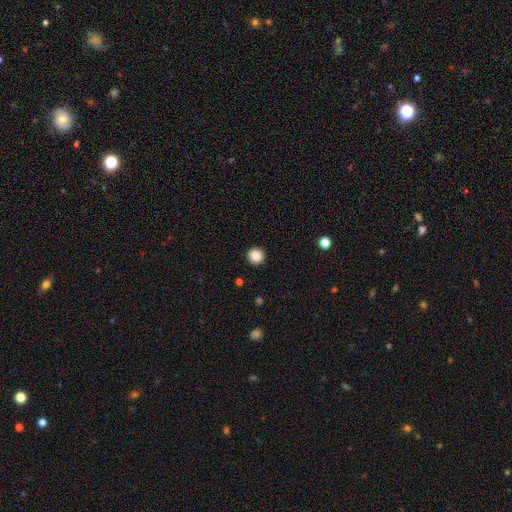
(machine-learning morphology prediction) Overall: smooth (85%). How rounded: round (95%). Merging: none (93%).